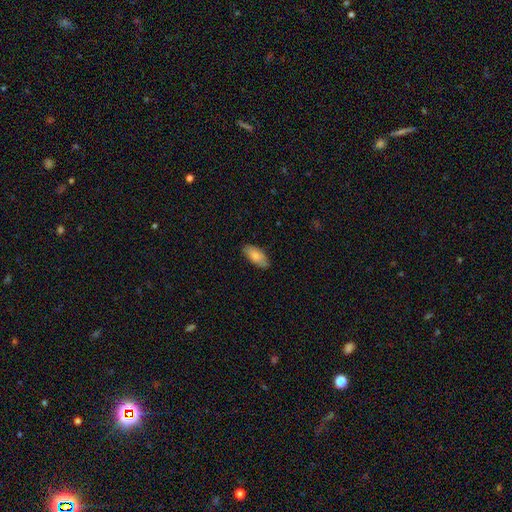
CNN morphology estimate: Smooth or featured? Predicted: smooth (p=0.79). How rounded? Predicted: in between (p=0.89). Merging? Predicted: none (p=0.84).